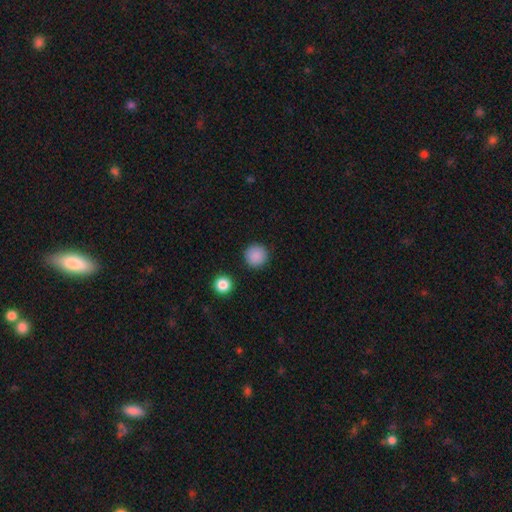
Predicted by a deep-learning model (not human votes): This appears to be a smooth galaxy with no disk features (88%) that is round (95%). Merging: none (90%).